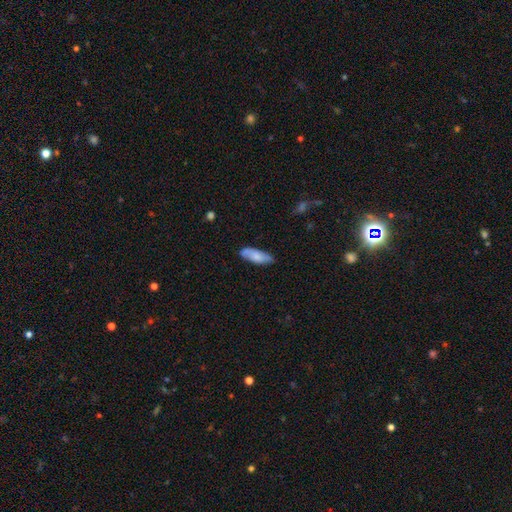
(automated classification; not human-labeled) Smooth or featured? smooth (75%)
How rounded? in between (69%)
Merging? none (75%)